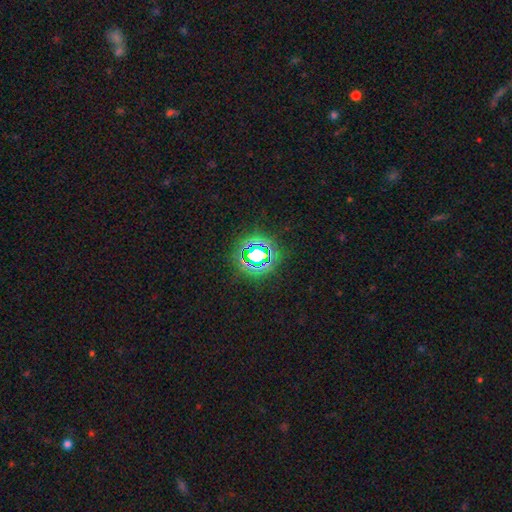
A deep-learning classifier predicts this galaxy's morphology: Smooth or featured?
  - star or artifact: 67% *
  - smooth: 20%
  - featured or disk: 12%